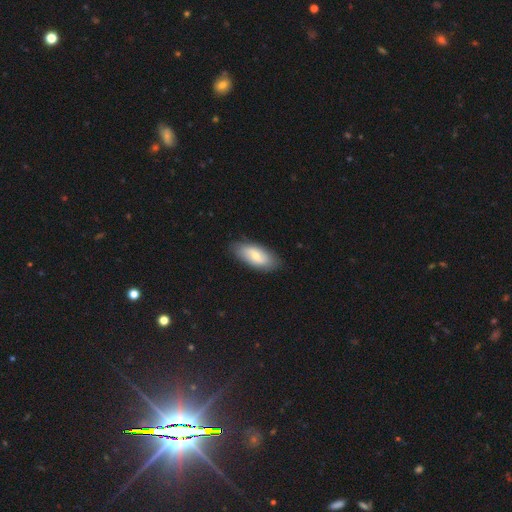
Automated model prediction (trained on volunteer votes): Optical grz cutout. It shows a smooth galaxy with no disk features (60%) that is in between round and cigar-shaped (87%). Merging: none (85%).